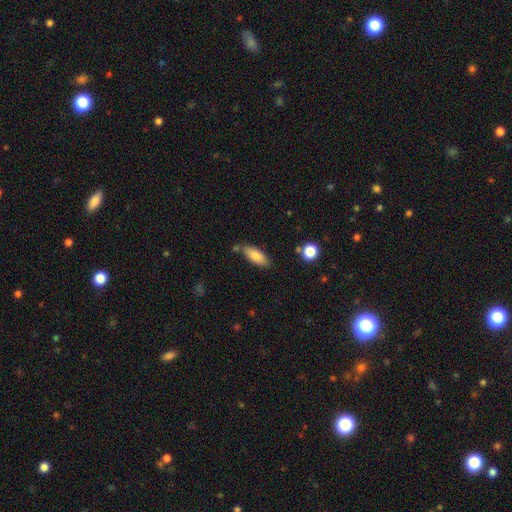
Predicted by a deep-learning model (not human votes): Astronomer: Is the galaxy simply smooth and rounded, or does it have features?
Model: smooth — 83%.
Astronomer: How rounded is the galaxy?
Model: in between — 77%.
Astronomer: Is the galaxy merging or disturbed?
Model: none — 70%.